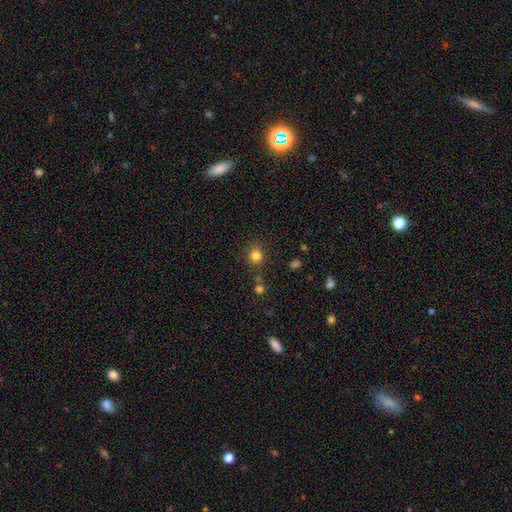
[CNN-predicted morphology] Smooth or featured: smooth — 81% (star or artifact — 14%)
How rounded: round — 86% (in between — 13%)
Merging: none — 82% (minor disturbance — 9%)